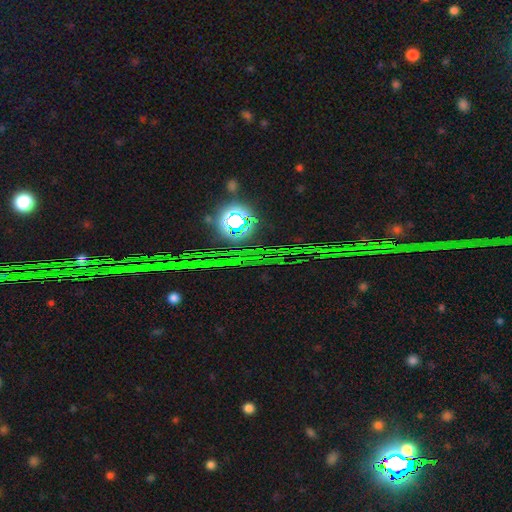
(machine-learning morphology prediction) Smooth or featured: star or artifact — 81% (smooth — 10%)